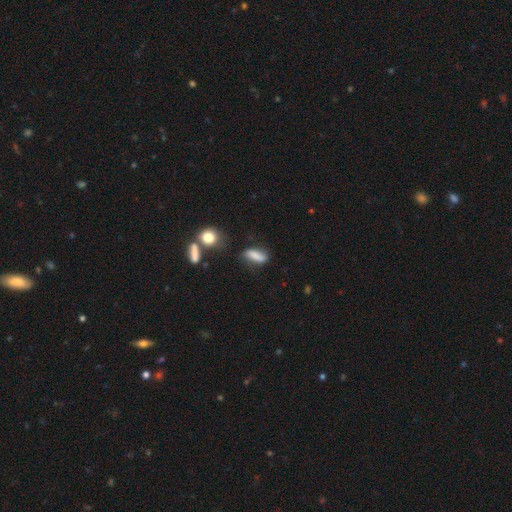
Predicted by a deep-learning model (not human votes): The model was most divided on "how rounded": in between: 64%, cigar-shaped: 30%, round: 6%. More confident: smooth or featured — smooth (77%); merging — none (63%).